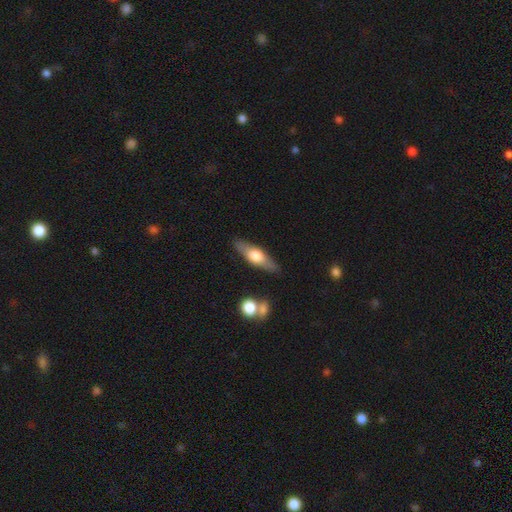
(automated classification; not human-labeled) Morphology: type=smooth (48%); merging=none (84%).